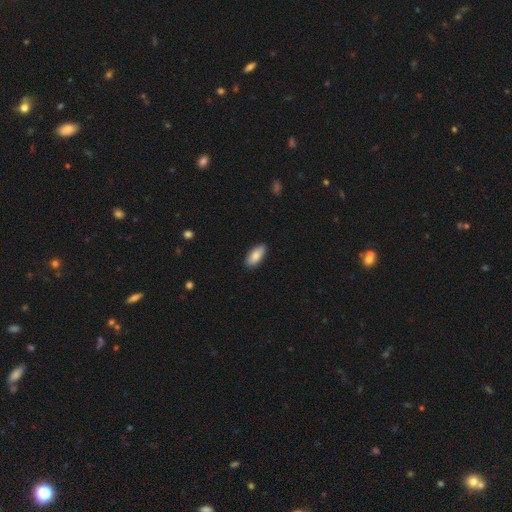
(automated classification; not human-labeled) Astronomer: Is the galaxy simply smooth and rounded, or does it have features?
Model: smooth — 86%.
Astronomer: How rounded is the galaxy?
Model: in between — 88%.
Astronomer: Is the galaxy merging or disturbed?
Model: none — 89%.